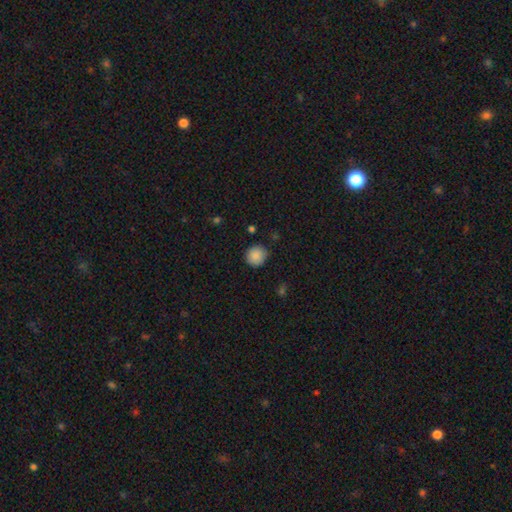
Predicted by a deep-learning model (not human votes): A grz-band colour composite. It shows a smooth galaxy with no disk features (87%) that is round (91%). Merging: none (85%).